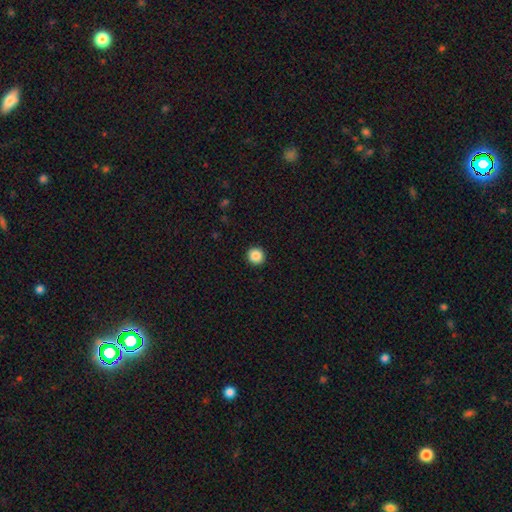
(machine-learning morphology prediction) This appears to be a smooth galaxy with no disk features (87%) that is round (94%). Merging: none (93%).